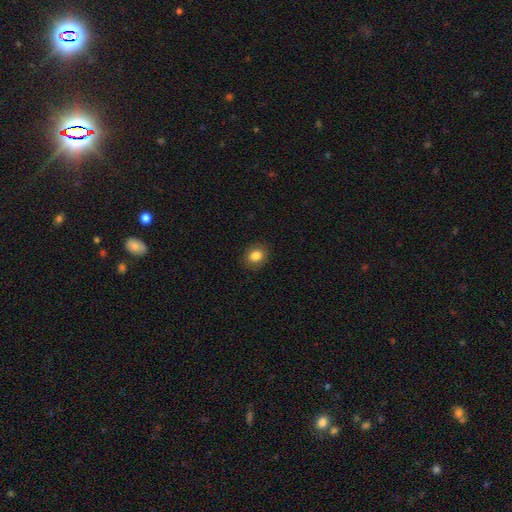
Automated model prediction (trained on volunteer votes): A smooth galaxy with no disk features (84%) that is round (66%).

Vote fractions:
- Smooth or featured? smooth: 84% / star or artifact: 10% / featured or disk: 6%
- How rounded? round: 66% / in between: 33% / cigar-shaped: 1%
- Merging? none: 88% / minor disturbance: 9% / major disturbance: 2% / merger: 1%